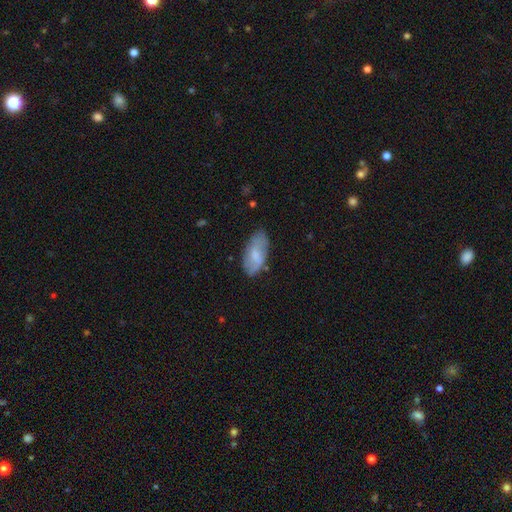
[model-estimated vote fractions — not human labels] Overall: smooth (65%; featured or disk 29%). How rounded: in between (91%). Merging: none (72%).